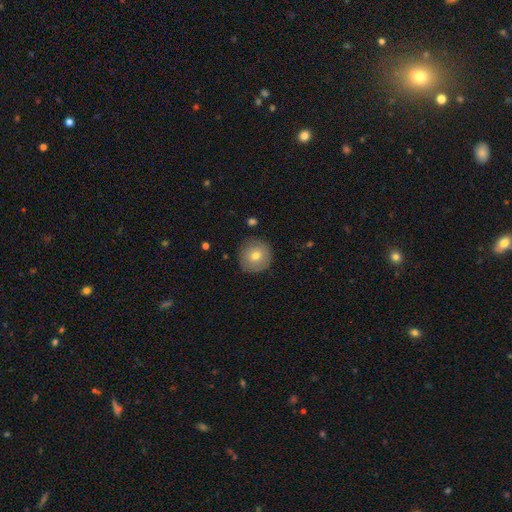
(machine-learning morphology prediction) Smooth or featured: smooth — 74% (featured or disk — 17%)
How rounded: round — 95% (in between — 4%)
Merging: none — 86% (minor disturbance — 11%)